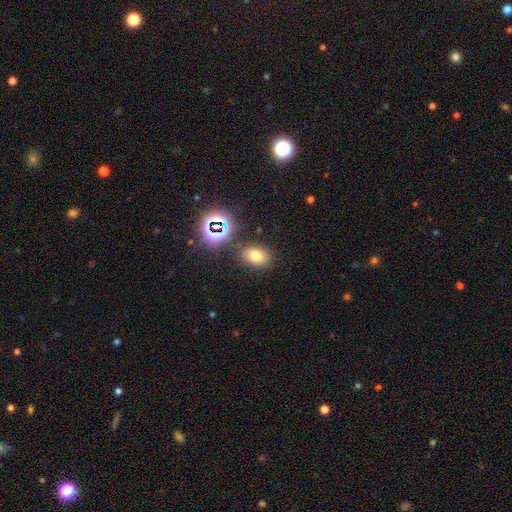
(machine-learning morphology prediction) smooth_or_featured: smooth (p=0.68) [alt: star or artifact p=0.22]
how_rounded: in between (p=0.73) [alt: round p=0.26]
merging: none (p=0.79) [alt: minor disturbance p=0.12]